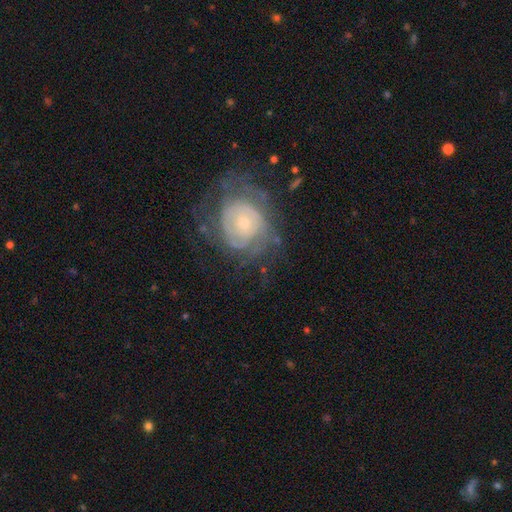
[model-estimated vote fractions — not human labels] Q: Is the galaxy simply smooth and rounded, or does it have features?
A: featured or disk — 61%.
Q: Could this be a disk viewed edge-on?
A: no — 96%.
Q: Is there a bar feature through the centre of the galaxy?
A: no — 73%.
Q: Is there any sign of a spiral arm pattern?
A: yes — 80%.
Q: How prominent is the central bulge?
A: small — 59%.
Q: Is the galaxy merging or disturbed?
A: none — 75%.